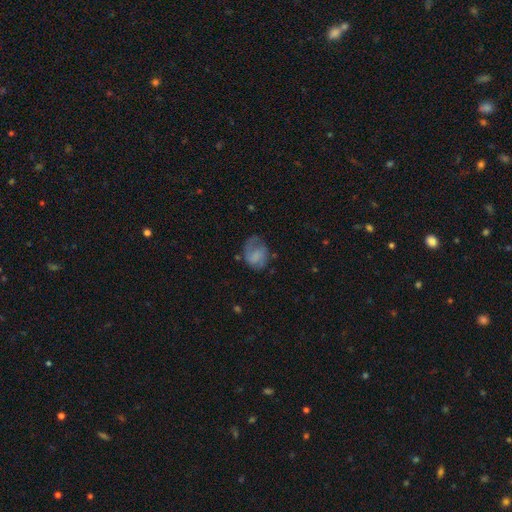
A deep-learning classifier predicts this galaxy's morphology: Smooth or featured: smooth — 52% (featured or disk — 39%)
How rounded: in between — 55% (round — 44%)
Merging: none — 43% (minor disturbance — 29%)